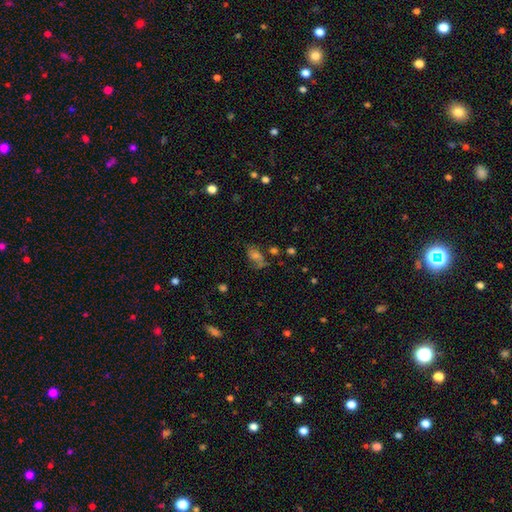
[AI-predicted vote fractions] Q: Smooth or featured?
A: smooth (41%); runner-up: featured or disk (33%)
Q: Merging?
A: none (49%); runner-up: minor disturbance (23%)